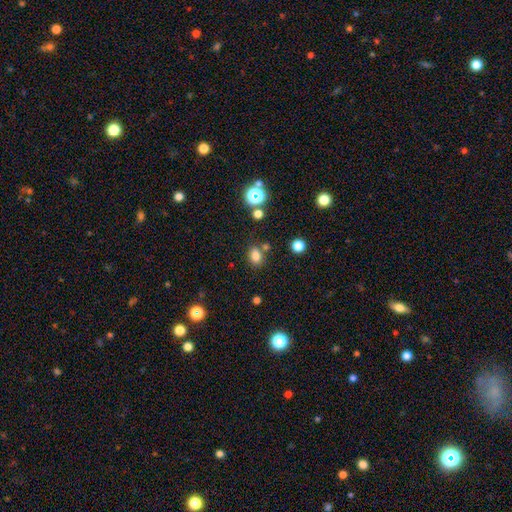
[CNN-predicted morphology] Q: Smooth or featured?
A: smooth (78%); runner-up: star or artifact (15%)
Q: How rounded?
A: in between (66%); runner-up: round (33%)
Q: Merging?
A: none (71%); runner-up: minor disturbance (13%)